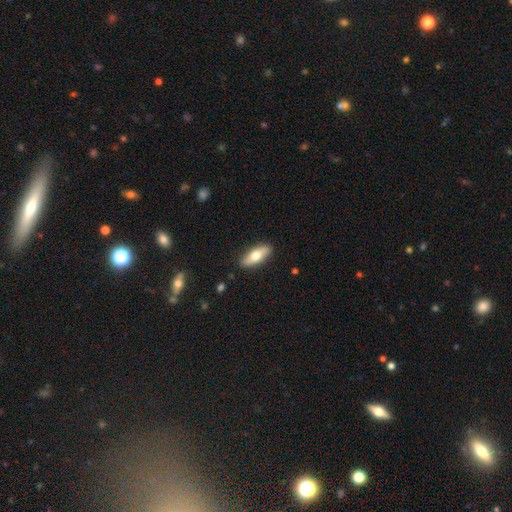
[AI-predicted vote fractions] This appears to be a smooth galaxy with no disk features (67%) that is in between round and cigar-shaped (67%). Merging: none (89%).